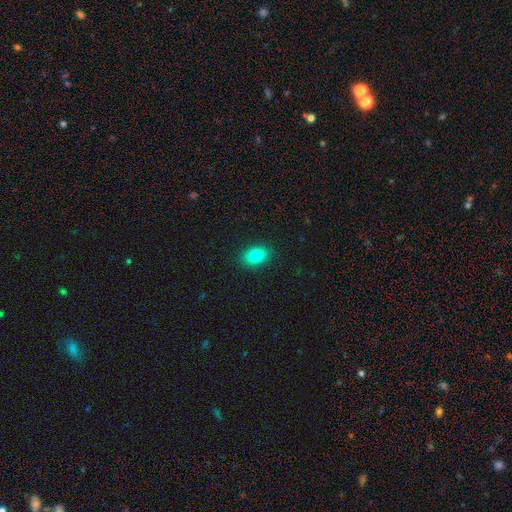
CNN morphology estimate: Smooth or featured?
  - smooth: 83% *
  - star or artifact: 9%
  - featured or disk: 7%
How rounded?
  - in between: 84% *
  - round: 14%
  - cigar-shaped: 2%
Merging?
  - none: 89% *
  - minor disturbance: 8%
  - major disturbance: 2%
  - merger: 1%